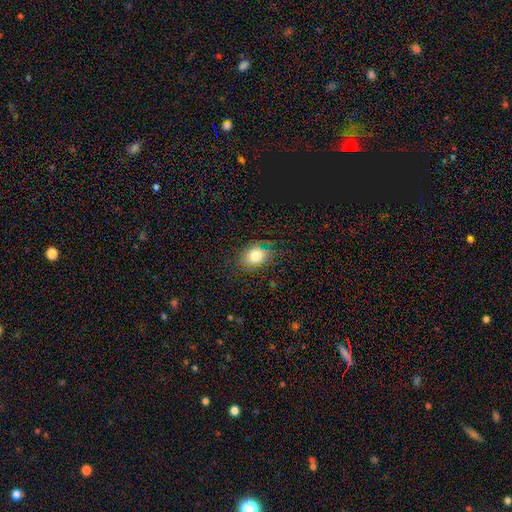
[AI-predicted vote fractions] Smooth or featured? Predicted: smooth (p=0.74). How rounded? Predicted: in between (p=0.61). Merging? Predicted: none (p=0.76).